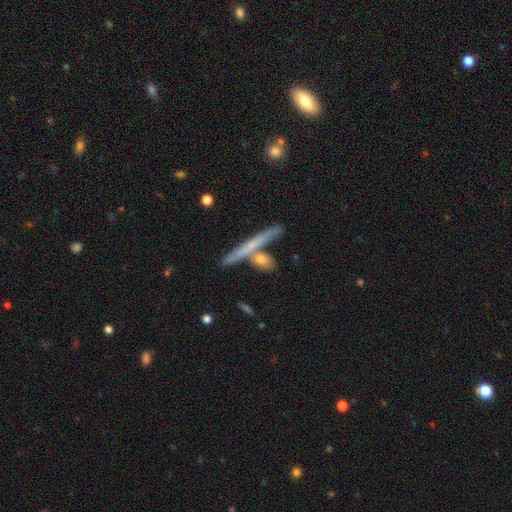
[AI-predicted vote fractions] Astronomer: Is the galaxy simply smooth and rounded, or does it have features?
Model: featured or disk — 50% (runner-up: smooth, 44%).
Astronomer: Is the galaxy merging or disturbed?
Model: none — 77%.